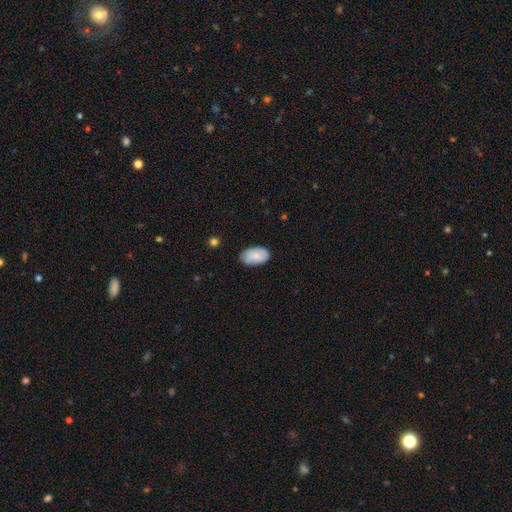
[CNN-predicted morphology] A smooth galaxy with no disk features (78%) that is in between round and cigar-shaped (93%). Merging: none (70%).